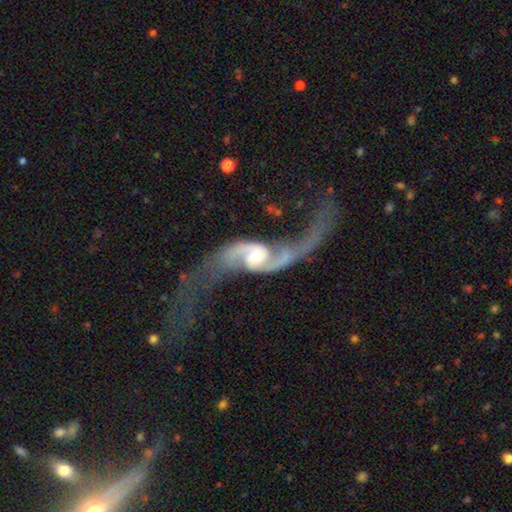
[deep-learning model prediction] A featured or disk galaxy (90%) with no bar (43%), 2 (93%) loose (83%) spiral arms (96%) and a moderate central bulge (64%).

Vote fractions:
- Smooth or featured? featured or disk: 90% / smooth: 5% / star or artifact: 4%
- Edge-on disk? no: 95% / yes: 5%
- Bar? no: 43% / weak: 41% / strong: 17%
- Spiral arms? yes: 96% / no: 4%
- Spiral winding? loose: 83% / medium: 12% / tight: 4%
- Spiral arm count? 2: 93% / 1: 2% / can't tell: 2% / 3: 1% / 4: 1% / more than 4: 1%
- Bulge size? moderate: 64% / small: 24% / large: 8% / none: 2% / dominant: 2%
- Merging? none: 40% / major disturbance: 33% / minor disturbance: 15% / merger: 12%